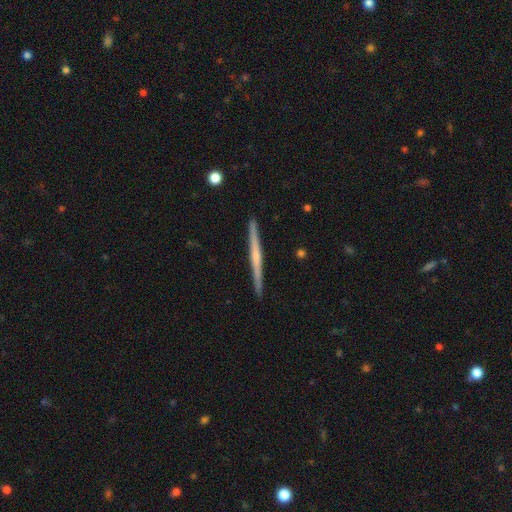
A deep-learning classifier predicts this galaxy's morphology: Smooth or featured? featured or disk (66%)
Edge-on disk? yes (98%)
Edge-on bulge? none (54%)
Merging? none (92%)